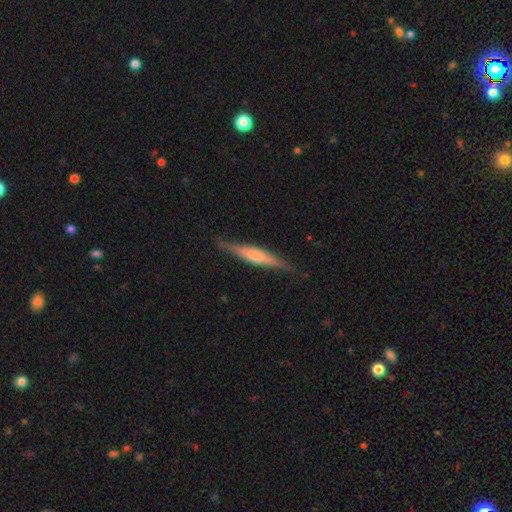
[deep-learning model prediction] This appears to be a featured or disk galaxy (51%) viewed edge-on (95%). Merging: none (85%).